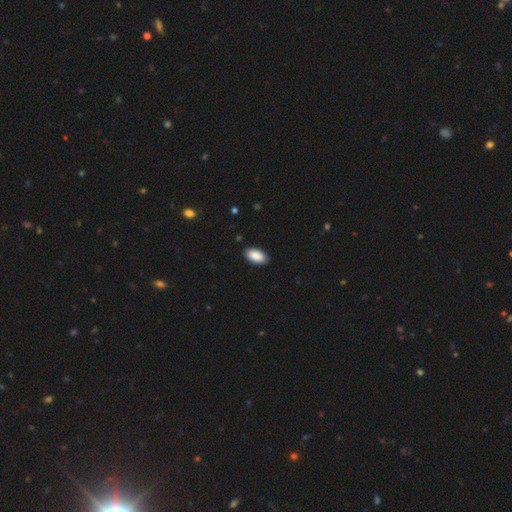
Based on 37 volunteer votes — A smooth galaxy with no disk features (89%) that is in between round and cigar-shaped (97%). Merging: none (91%).